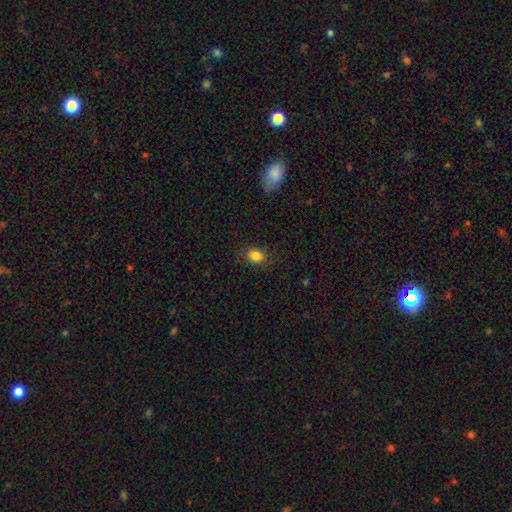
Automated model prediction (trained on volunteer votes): Smooth or featured? smooth (84%)
How rounded? in between (58%)
Merging? none (84%)